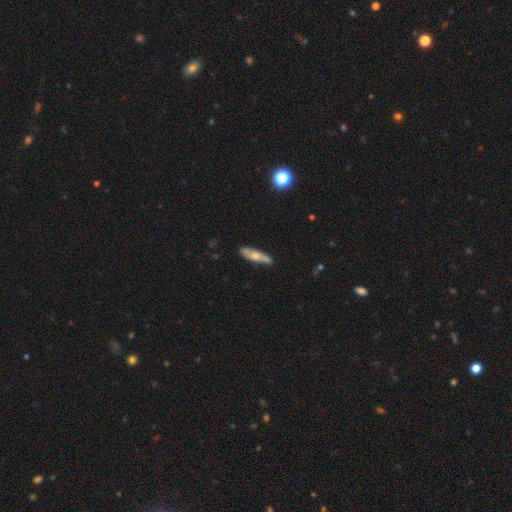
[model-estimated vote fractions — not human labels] Overall: smooth (49%; featured or disk 45%). Merging: none (81%).